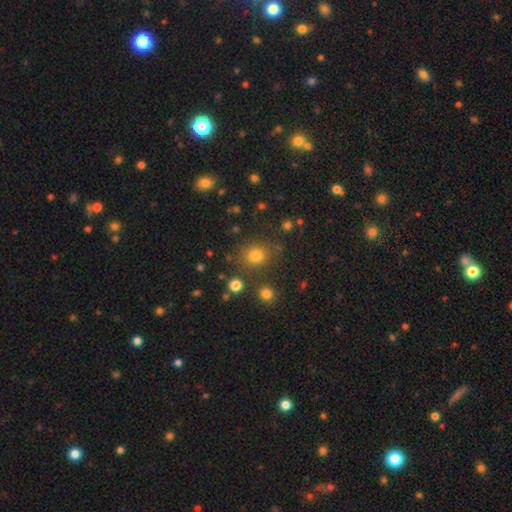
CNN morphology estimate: type=smooth (78%); roundness=round (81%); merging=none (80%).